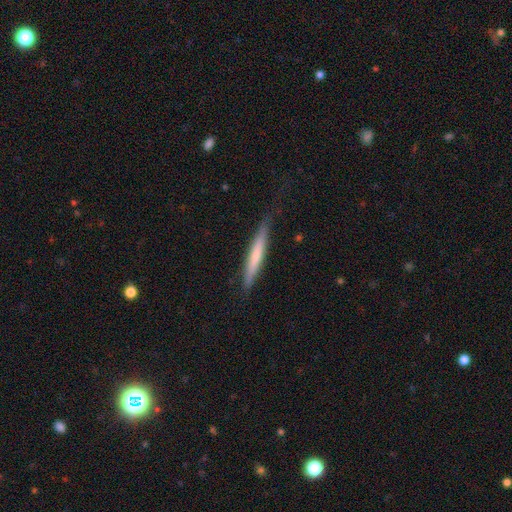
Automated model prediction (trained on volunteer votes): smooth-or-featured: smooth: 56% | featured or disk: 39% | star or artifact: 6%
  how-rounded: cigar-shaped: 95% | in between: 4% | round: 1%
  merging: none: 79% | minor disturbance: 16% | major disturbance: 3% | merger: 1%